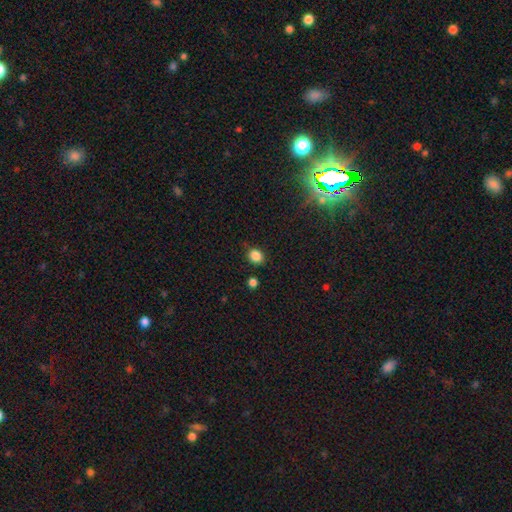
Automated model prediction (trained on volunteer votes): The model was most divided on "how rounded": round: 68%, in between: 31%, cigar-shaped: 1%. More confident: smooth or featured — smooth (84%); merging — none (80%).